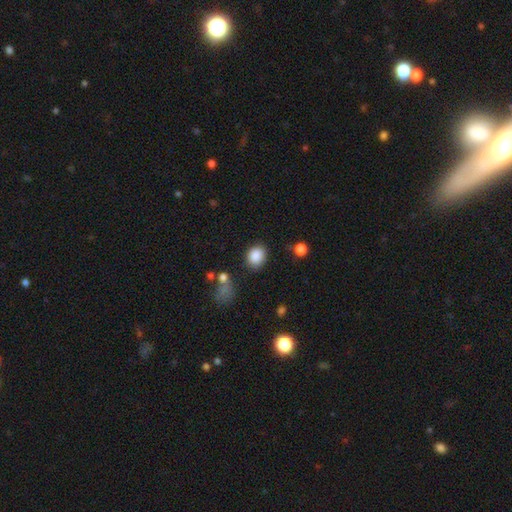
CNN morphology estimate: Smooth or featured?
  - smooth: 87% *
  - star or artifact: 9%
  - featured or disk: 4%
How rounded?
  - round: 58% *
  - in between: 41%
  - cigar-shaped: 1%
Merging?
  - none: 77% *
  - minor disturbance: 14%
  - major disturbance: 5%
  - merger: 4%